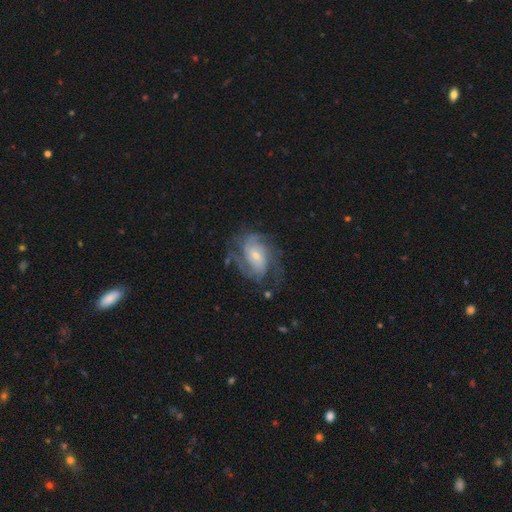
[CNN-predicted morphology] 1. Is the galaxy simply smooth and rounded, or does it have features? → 84% featured or disk, 10% smooth, 6% star or artifact.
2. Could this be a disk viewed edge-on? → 97% no, 3% yes.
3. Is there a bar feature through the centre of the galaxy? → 49% no, 40% weak, 11% strong.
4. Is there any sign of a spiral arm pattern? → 95% yes, 5% no.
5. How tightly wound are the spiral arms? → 44% tight, 43% medium, 14% loose.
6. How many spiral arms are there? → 28% 3, 26% can't tell, 24% 2, 12% 4, 5% 1, 5% more than 4.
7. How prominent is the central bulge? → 53% small, 39% moderate, 4% large, 3% none, 1% dominant.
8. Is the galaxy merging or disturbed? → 62% none, 20% minor disturbance, 17% major disturbance, 2% merger.